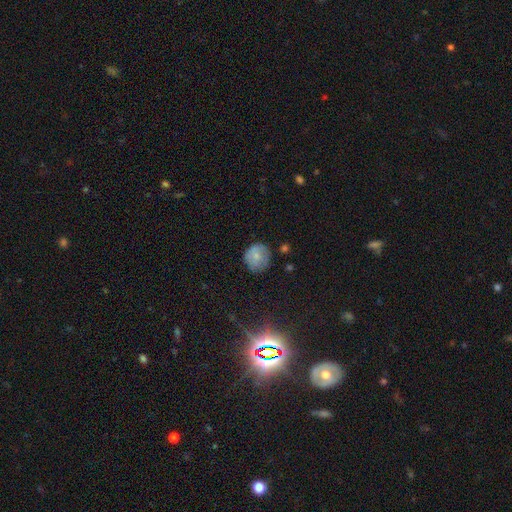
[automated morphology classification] smooth-or-featured: smooth: 73% | featured or disk: 17% | star or artifact: 10%
  how-rounded: round: 89% | in between: 10% | cigar-shaped: 1%
  merging: none: 73% | minor disturbance: 20% | major disturbance: 5% | merger: 2%